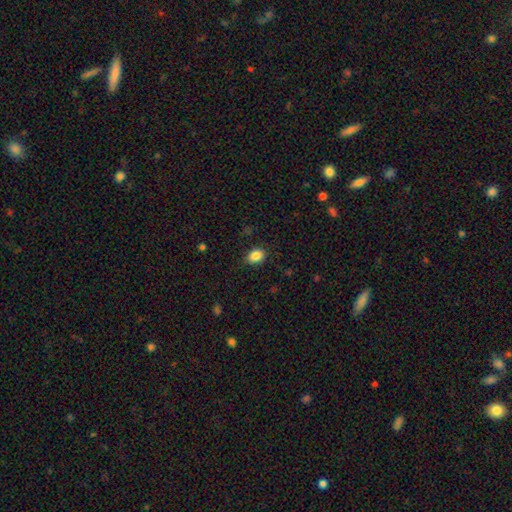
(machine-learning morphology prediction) Q: Smooth or featured?
A: smooth (87%); runner-up: star or artifact (9%)
Q: How rounded?
A: in between (71%); runner-up: round (28%)
Q: Merging?
A: none (84%); runner-up: minor disturbance (12%)